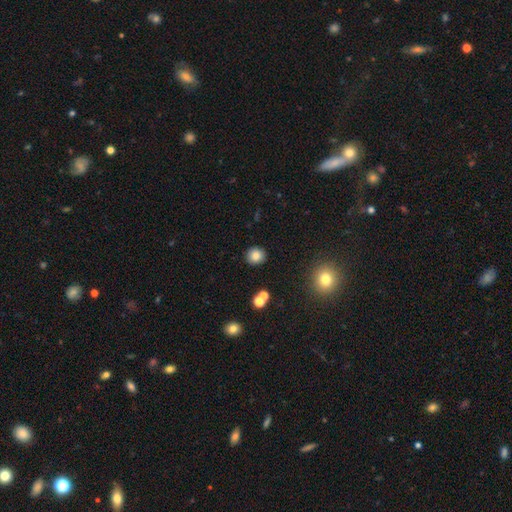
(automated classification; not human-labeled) The model was most divided on "smooth or featured": smooth: 82%, star or artifact: 12%, featured or disk: 6%. More confident: merging — none (89%); how rounded — round (87%).